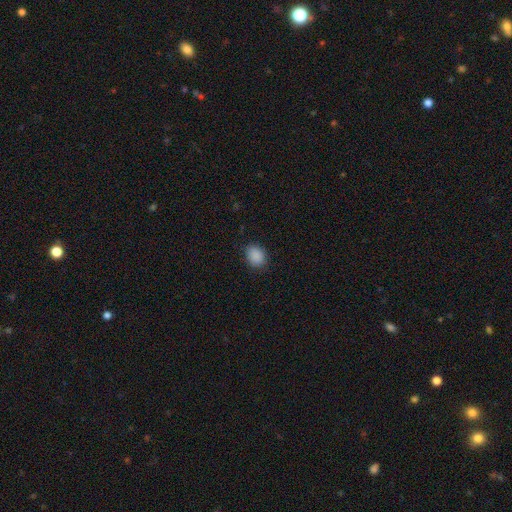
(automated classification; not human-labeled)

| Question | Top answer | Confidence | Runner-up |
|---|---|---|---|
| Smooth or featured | smooth | 88% | star or artifact (9%) |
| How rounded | in between | 56% | round (43%) |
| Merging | none | 85% | minor disturbance (12%) |